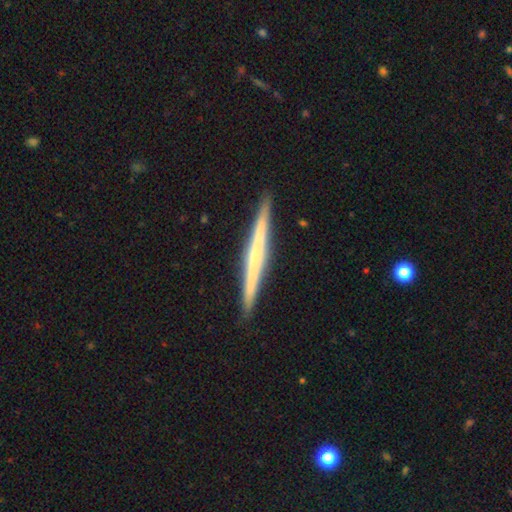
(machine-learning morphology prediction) smooth-or-featured: featured or disk: 65% | smooth: 30% | star or artifact: 5%
  disk-edge-on: yes: 98% | no: 2%
    edge-on-bulge: none: 66% | rounded: 26% | boxy: 8%
  merging: none: 92% | minor disturbance: 5% | major disturbance: 1% | merger: 1%